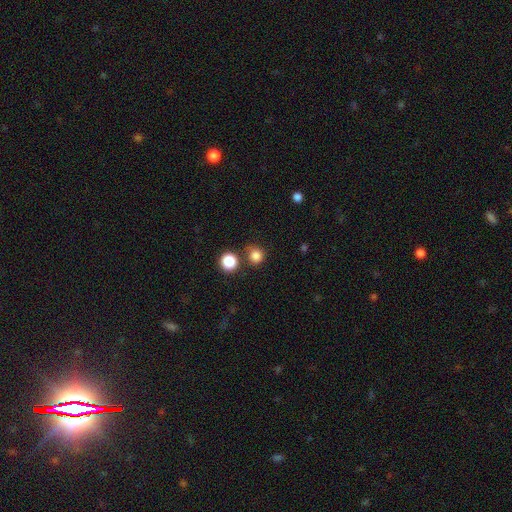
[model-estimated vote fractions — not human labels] smooth_or_featured: smooth (p=0.83) [alt: star or artifact p=0.12]
how_rounded: round (p=0.91) [alt: in between p=0.08]
merging: none (p=0.72) [alt: merger p=0.13]